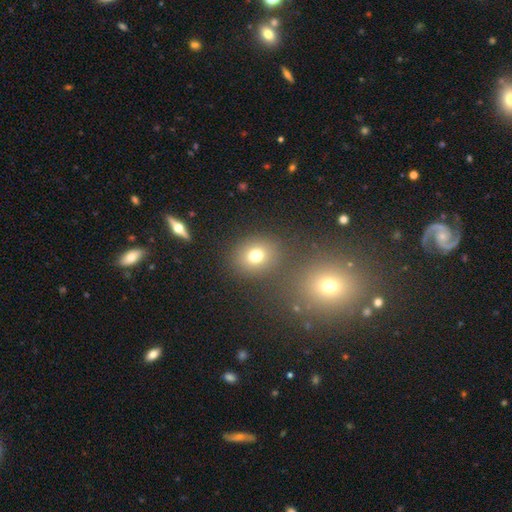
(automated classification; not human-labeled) The model was most divided on "how rounded": round: 71%, in between: 28%, cigar-shaped: 1%. More confident: merging — none (79%); smooth or featured — smooth (74%).